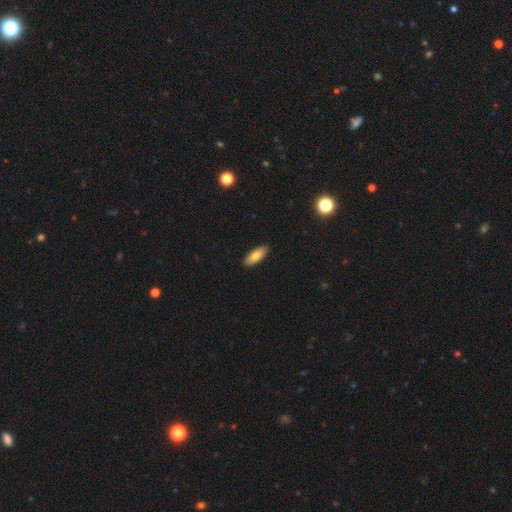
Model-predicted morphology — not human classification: smooth 76%, featured or disk 18%, star or artifact 7%. Down the decision tree: how rounded — in between (72%); merging — none (90%).